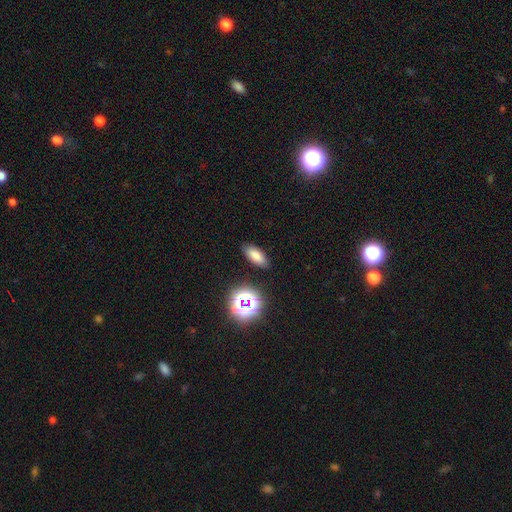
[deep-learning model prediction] Smooth or featured? smooth (76%)
How rounded? in between (80%)
Merging? none (87%)